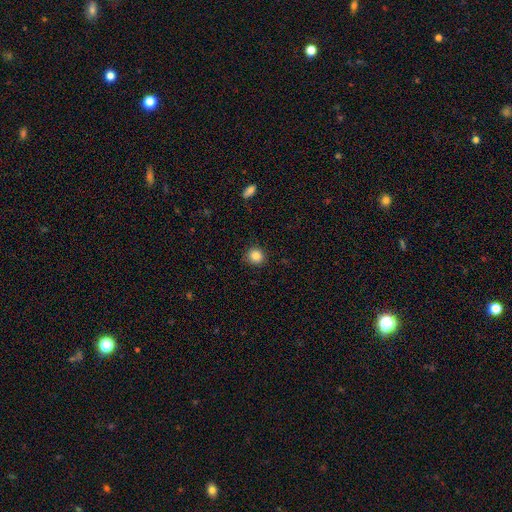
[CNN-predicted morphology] Smooth or featured? smooth (86%)
How rounded? round (89%)
Merging? none (86%)